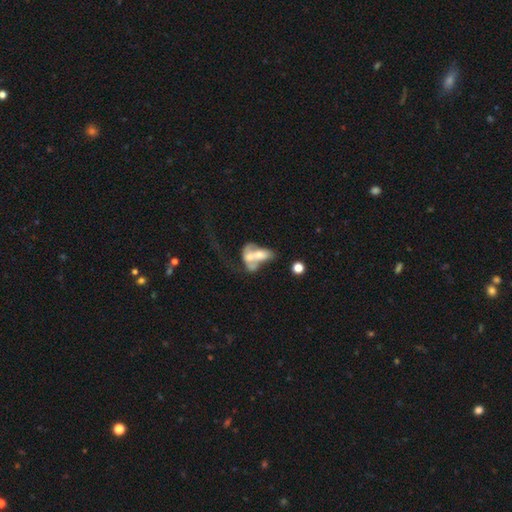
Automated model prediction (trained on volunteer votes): The model was most divided on "smooth or featured": featured or disk: 47%, smooth: 44%, star or artifact: 10%. More confident: merging — merger (73%).